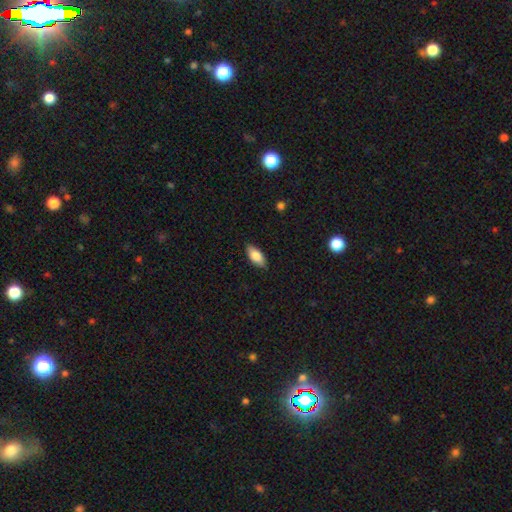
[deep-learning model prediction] Smooth or featured? smooth (84%)
How rounded? in between (89%)
Merging? none (87%)